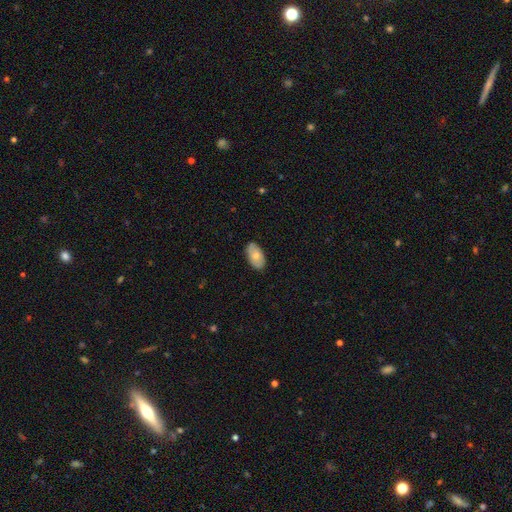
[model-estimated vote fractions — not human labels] This is likely a smooth galaxy (68%). How rounded: clearly in between (94%). Merging: clearly none (86%).